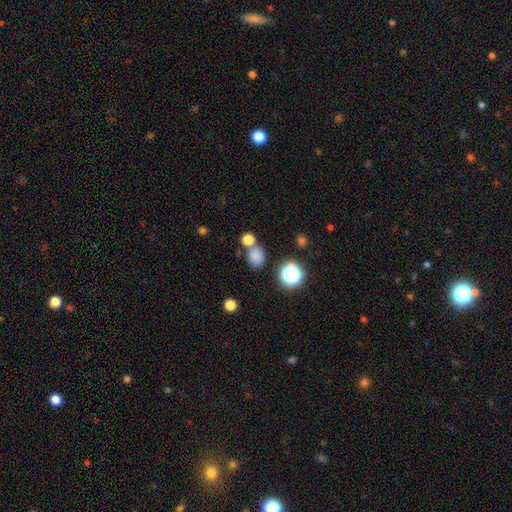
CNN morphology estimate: This is likely a smooth galaxy (78%). How rounded: possibly round (54%). Merging: likely none (65%).